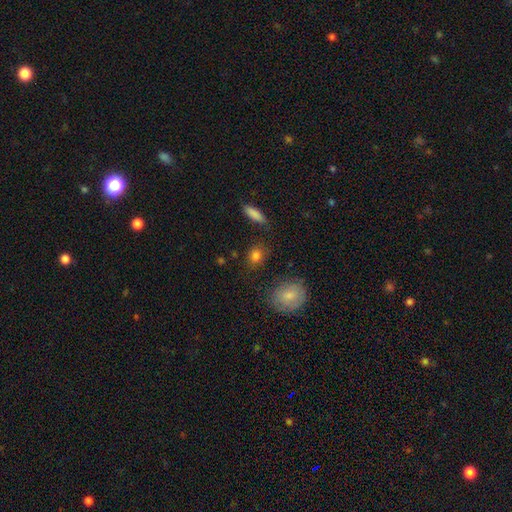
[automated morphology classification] smooth 83%, star or artifact 10%, featured or disk 6%. Down the decision tree: how rounded — round (62%); merging — none (80%).